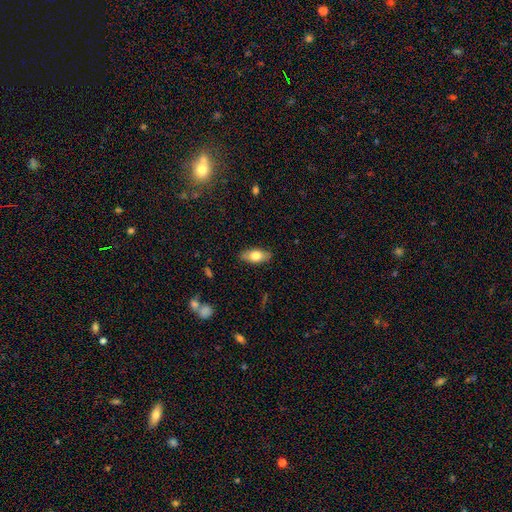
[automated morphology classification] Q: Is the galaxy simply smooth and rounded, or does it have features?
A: smooth — 74%.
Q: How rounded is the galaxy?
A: in between — 88%.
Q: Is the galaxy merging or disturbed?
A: none — 86%.